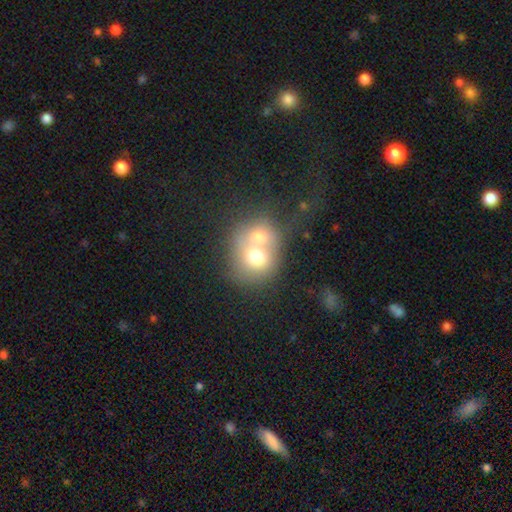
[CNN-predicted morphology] Q: Smooth or featured?
A: smooth (65%); runner-up: featured or disk (26%)
Q: How rounded?
A: round (68%); runner-up: in between (31%)
Q: Merging?
A: merger (71%); runner-up: none (19%)